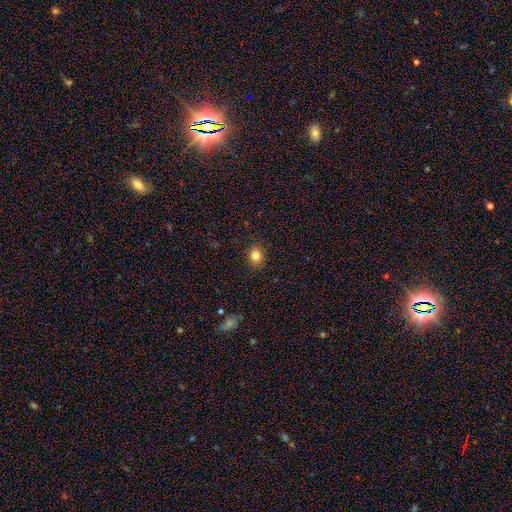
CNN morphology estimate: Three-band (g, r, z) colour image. It shows a smooth galaxy with no disk features (82%) that is round (64%). Merging: none (89%).